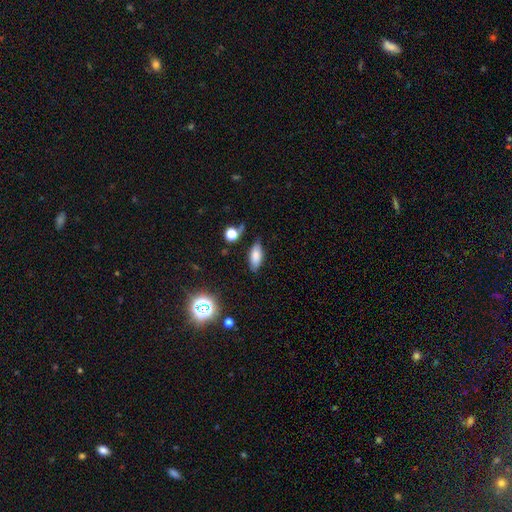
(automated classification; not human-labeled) Smooth or featured: smooth — 78% (featured or disk — 12%)
How rounded: in between — 83% (cigar-shaped — 13%)
Merging: none — 78% (minor disturbance — 15%)